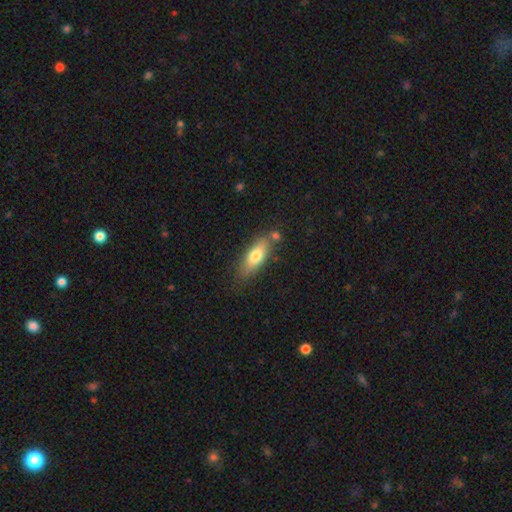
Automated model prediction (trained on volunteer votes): smooth 72%, featured or disk 21%, star or artifact 7%. Down the decision tree: how rounded — in between (65%); merging — none (70%).